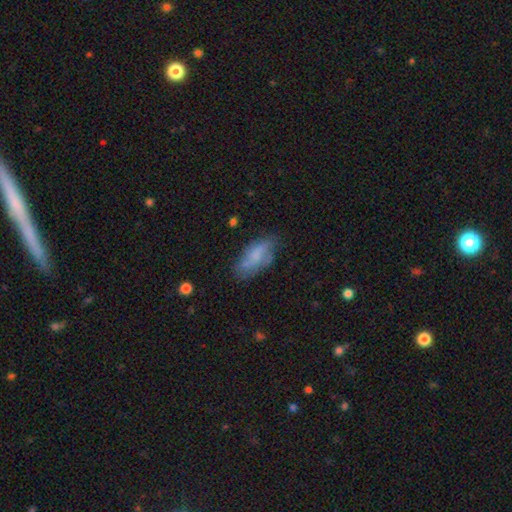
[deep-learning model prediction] A smooth galaxy with no disk features (58%) that is in between round and cigar-shaped (82%).

Vote fractions:
- Smooth or featured? smooth: 58% / featured or disk: 33% / star or artifact: 9%
- How rounded? in between: 82% / cigar-shaped: 15% / round: 3%
- Merging? none: 58% / minor disturbance: 27% / major disturbance: 11% / merger: 4%